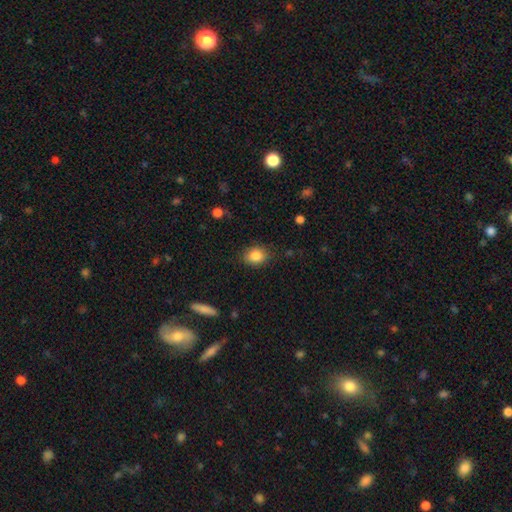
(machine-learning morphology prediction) This is clearly a smooth galaxy (85%). How rounded: possibly in between (54%). Merging: clearly none (83%).